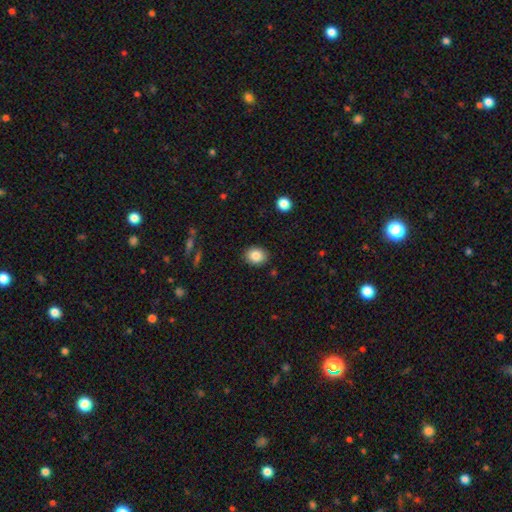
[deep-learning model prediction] smooth 85%, star or artifact 9%, featured or disk 6%. Down the decision tree: how rounded — round (54%); merging — none (89%).